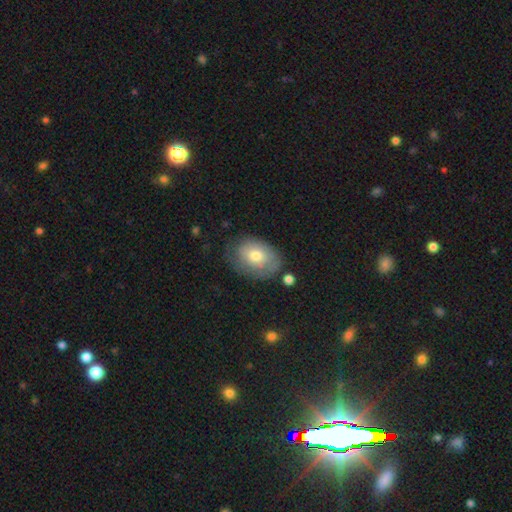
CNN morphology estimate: A smooth galaxy with no disk features (69%) that is in between round and cigar-shaped (71%).

Vote fractions:
- Smooth or featured? smooth: 69% / featured or disk: 23% / star or artifact: 7%
- How rounded? in between: 71% / round: 28% / cigar-shaped: 1%
- Merging? none: 64% / minor disturbance: 24% / major disturbance: 8% / merger: 3%